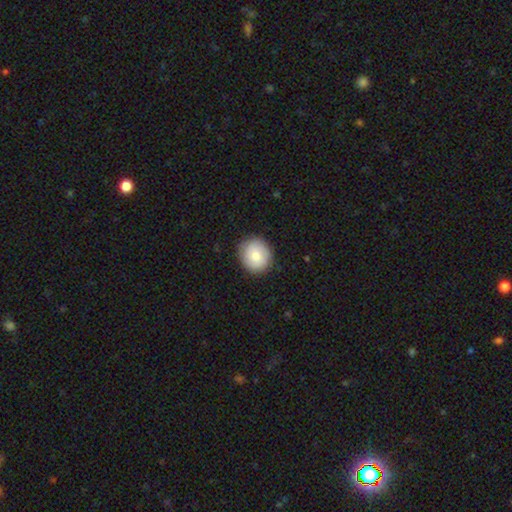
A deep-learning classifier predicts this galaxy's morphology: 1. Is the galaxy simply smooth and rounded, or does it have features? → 78% smooth, 15% featured or disk, 7% star or artifact.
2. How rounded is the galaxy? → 85% round, 14% in between, 1% cigar-shaped.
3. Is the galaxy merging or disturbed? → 86% none, 11% minor disturbance, 2% major disturbance, 1% merger.